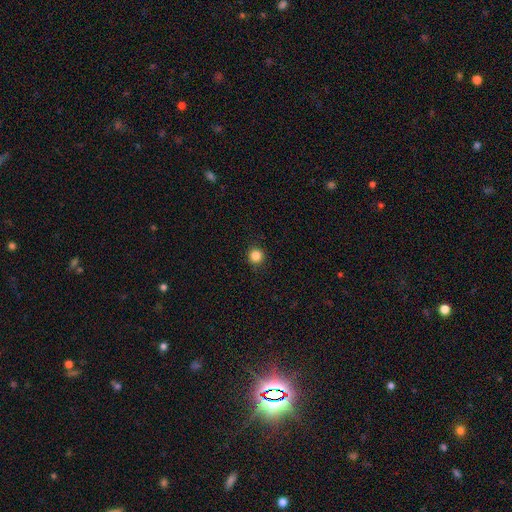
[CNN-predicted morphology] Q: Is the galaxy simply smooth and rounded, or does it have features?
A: smooth — 85%.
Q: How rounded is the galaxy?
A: round — 95%.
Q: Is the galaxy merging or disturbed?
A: none — 92%.